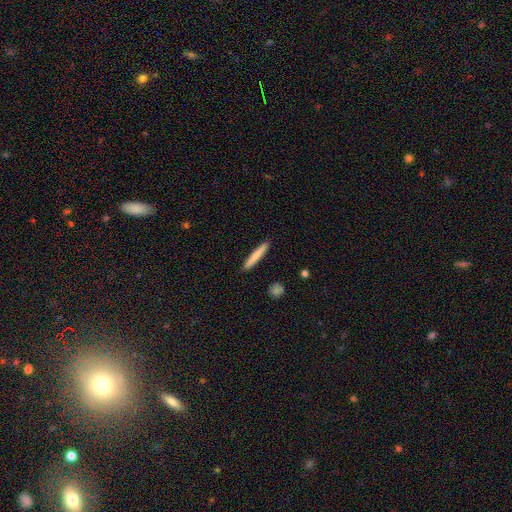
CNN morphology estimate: Smooth or featured?
  - smooth: 76% *
  - featured or disk: 18%
  - star or artifact: 5%
How rounded?
  - cigar-shaped: 96% *
  - in between: 3%
  - round: 1%
Merging?
  - none: 92% *
  - minor disturbance: 6%
  - major disturbance: 1%
  - merger: 1%